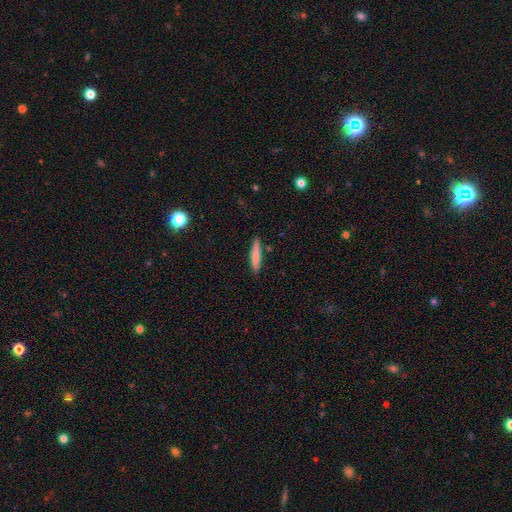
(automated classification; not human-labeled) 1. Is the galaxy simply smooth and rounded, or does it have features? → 79% smooth, 15% featured or disk, 6% star or artifact.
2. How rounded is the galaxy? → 90% cigar-shaped, 8% in between, 1% round.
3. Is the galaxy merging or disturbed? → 86% none, 10% minor disturbance, 2% merger, 2% major disturbance.